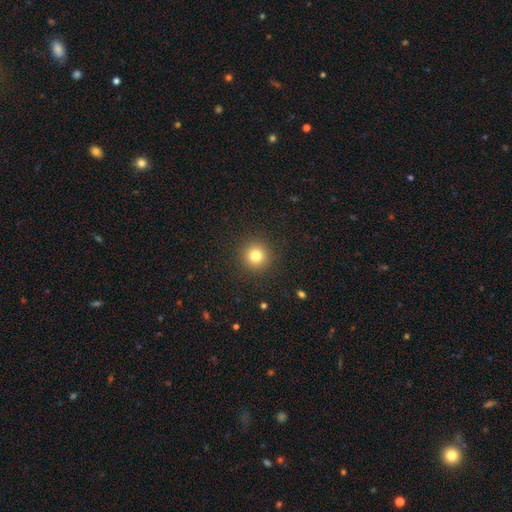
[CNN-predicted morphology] Smooth or featured? smooth (80%)
How rounded? round (95%)
Merging? none (92%)